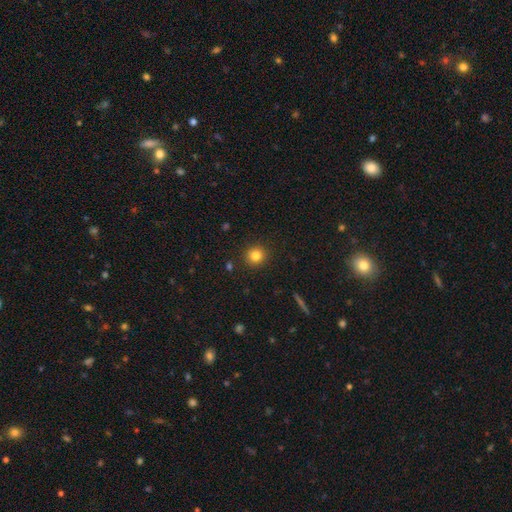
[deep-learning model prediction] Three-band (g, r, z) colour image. It shows a smooth galaxy with no disk features (82%) that is round (93%). Merging: none (91%).